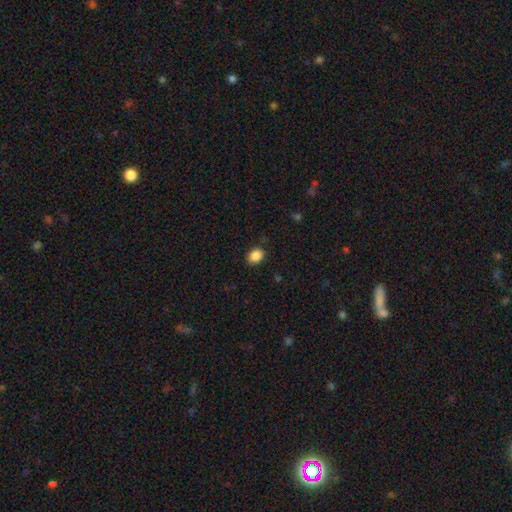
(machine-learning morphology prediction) The model was most divided on "how rounded": in between: 60%, round: 39%, cigar-shaped: 1%. More confident: smooth or featured — smooth (88%); merging — none (86%).